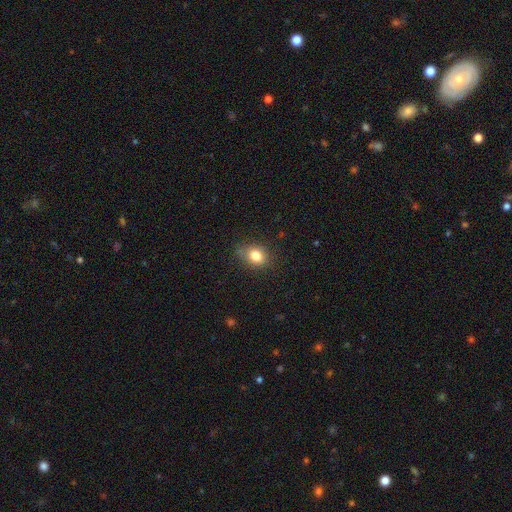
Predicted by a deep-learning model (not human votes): A smooth galaxy with no disk features (81%) that is in between round and cigar-shaped (57%). Merging: none (76%).